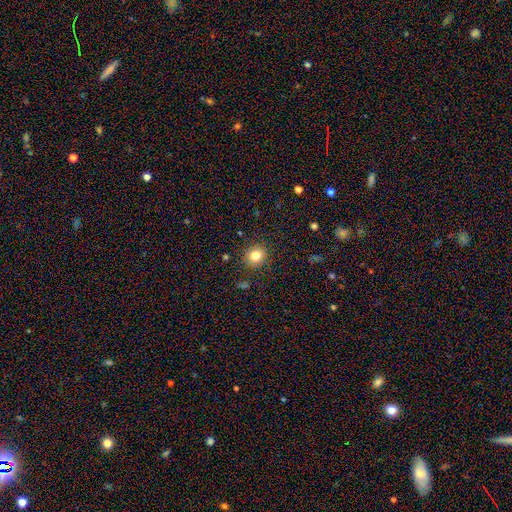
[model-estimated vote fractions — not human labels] Smooth or featured? Predicted: smooth (p=0.81). How rounded? Predicted: round (p=0.83). Merging? Predicted: none (p=0.90).